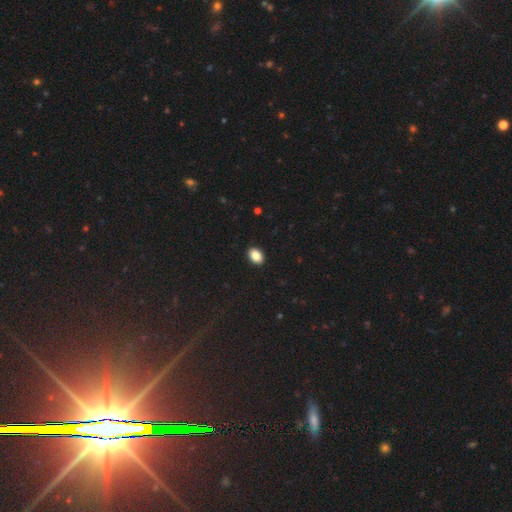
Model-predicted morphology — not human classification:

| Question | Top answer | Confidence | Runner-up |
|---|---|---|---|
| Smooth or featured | smooth | 87% | star or artifact (9%) |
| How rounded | in between | 82% | round (16%) |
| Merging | none | 91% | minor disturbance (6%) |